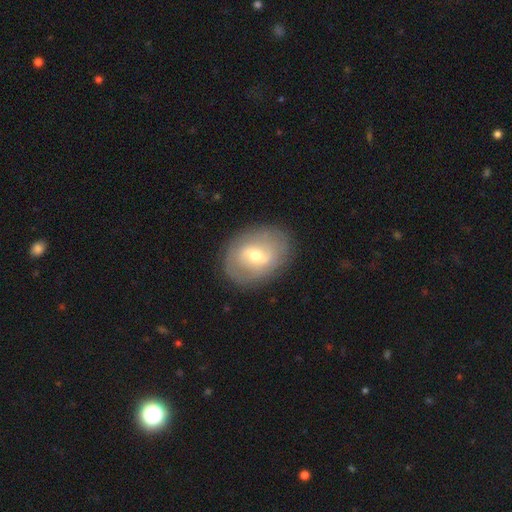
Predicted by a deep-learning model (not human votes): Q: Smooth or featured?
A: featured or disk (59%); runner-up: smooth (34%)
Q: Edge-on disk?
A: no (94%); runner-up: yes (6%)
Q: Bar?
A: weak (53%); runner-up: strong (27%)
Q: Spiral arms?
A: yes (55%); runner-up: no (45%)
Q: Bulge size?
A: moderate (60%); runner-up: small (33%)
Q: Merging?
A: none (82%); runner-up: minor disturbance (12%)